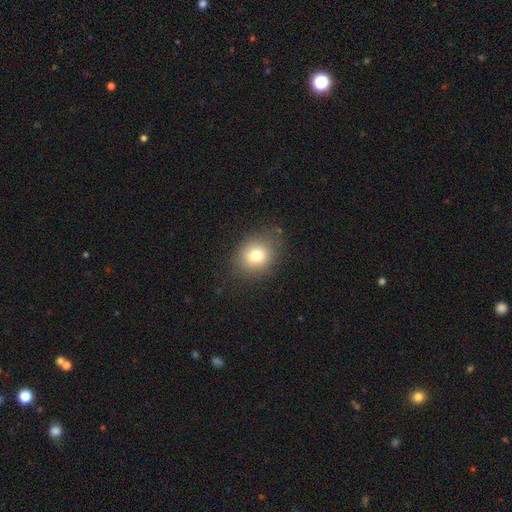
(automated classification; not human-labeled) smooth 76%, star or artifact 12%, featured or disk 11%. Down the decision tree: how rounded — round (61%); merging — none (80%).